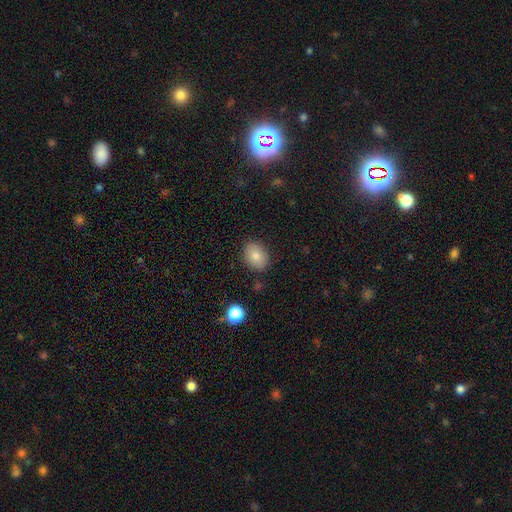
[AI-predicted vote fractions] Morphology: type=smooth (81%); roundness=in between (69%); merging=none (87%).